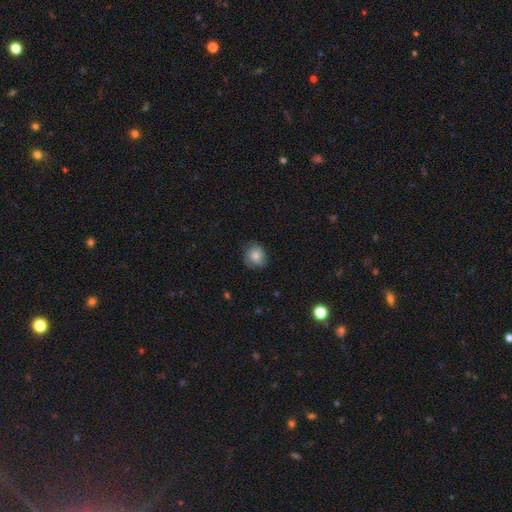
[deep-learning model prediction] A smooth galaxy with no disk features (73%) that is round (74%). Merging: none (71%).